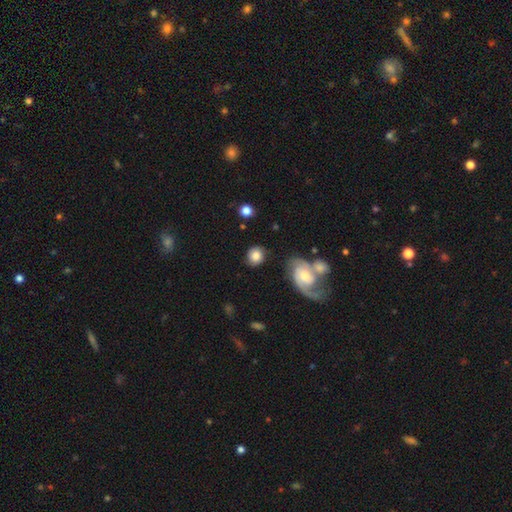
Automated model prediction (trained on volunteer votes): Q: Smooth or featured?
A: smooth (76%); runner-up: featured or disk (16%)
Q: How rounded?
A: round (76%); runner-up: in between (23%)
Q: Merging?
A: none (75%); runner-up: minor disturbance (14%)